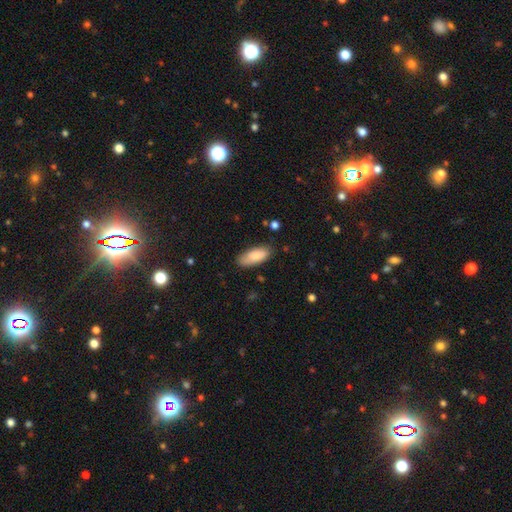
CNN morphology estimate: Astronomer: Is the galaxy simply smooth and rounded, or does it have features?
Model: smooth — 86%.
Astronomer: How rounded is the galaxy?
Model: in between — 82%.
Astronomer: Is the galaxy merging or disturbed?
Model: none — 80%.